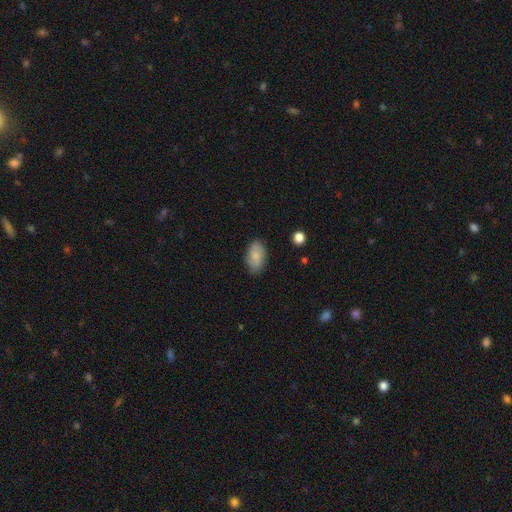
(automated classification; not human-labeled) Smooth or featured? smooth (83%)
How rounded? in between (92%)
Merging? none (83%)